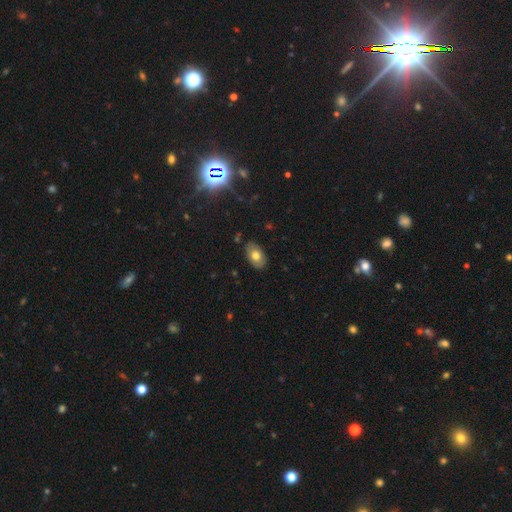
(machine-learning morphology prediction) This appears to be a smooth galaxy with no disk features (72%) that is in between round and cigar-shaped (90%). Merging: none (85%).